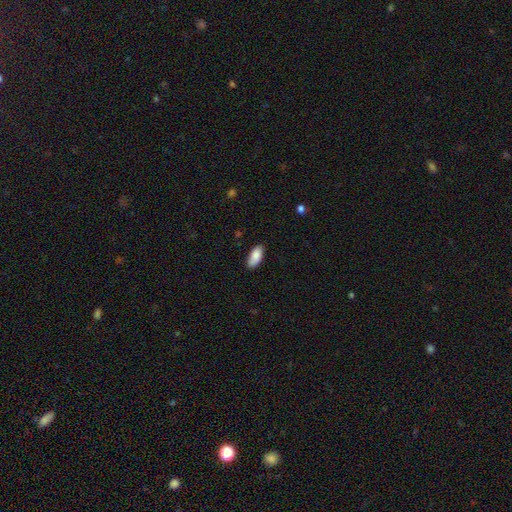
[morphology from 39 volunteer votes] A smooth galaxy with no disk features (85%) that is in between round and cigar-shaped (91%).

Vote fractions:
- Smooth or featured? smooth: 85% / star or artifact: 10% / featured or disk: 5%
- How rounded? in between: 91% / cigar-shaped: 9% / round: 0%
- Merging? none: 77% / minor disturbance: 14% / major disturbance: 6% / merger: 3%